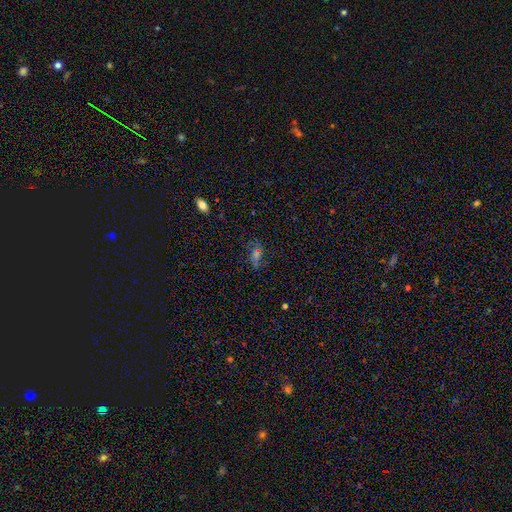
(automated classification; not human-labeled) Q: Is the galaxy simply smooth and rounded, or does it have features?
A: featured or disk — 39%.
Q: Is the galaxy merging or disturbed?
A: none — 68%.